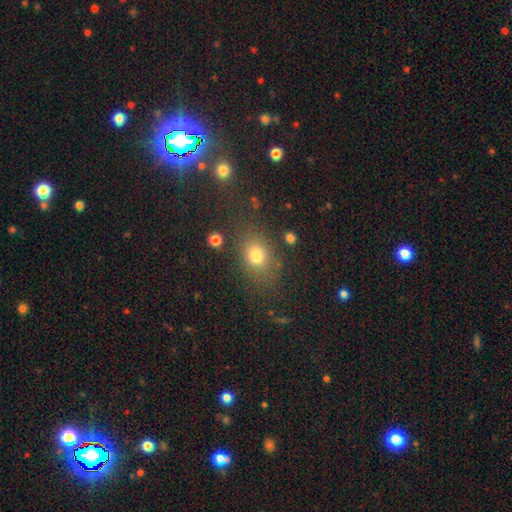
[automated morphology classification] Smooth or featured: smooth — 75% (star or artifact — 15%)
How rounded: in between — 59% (round — 38%)
Merging: none — 71% (minor disturbance — 15%)